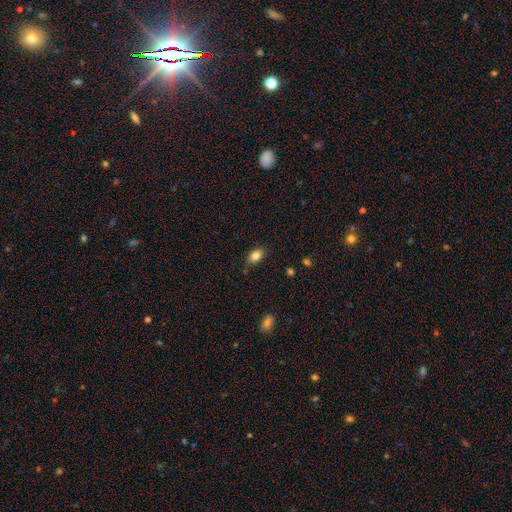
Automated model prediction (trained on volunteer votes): smooth_or_featured: smooth (p=0.83) [alt: star or artifact p=0.09]
how_rounded: in between (p=0.85) [alt: round p=0.13]
merging: none (p=0.82) [alt: minor disturbance p=0.14]